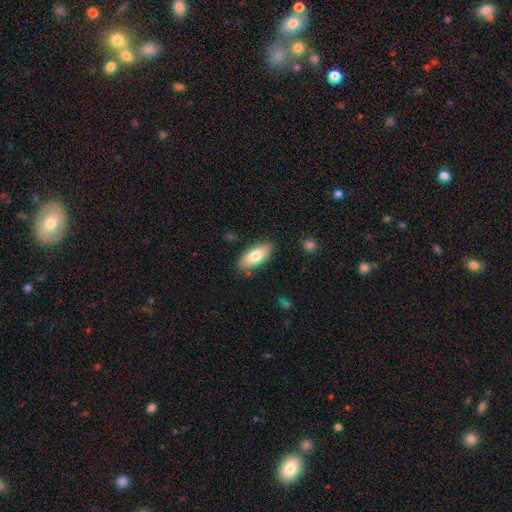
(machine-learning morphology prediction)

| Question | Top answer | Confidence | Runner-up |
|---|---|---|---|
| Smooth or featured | smooth | 79% | featured or disk (15%) |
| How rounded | in between | 87% | cigar-shaped (11%) |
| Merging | none | 85% | minor disturbance (11%) |